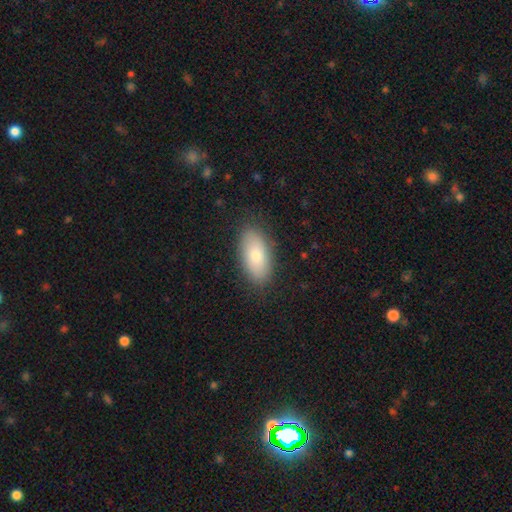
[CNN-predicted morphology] smooth_or_featured: smooth (p=0.73) [alt: featured or disk p=0.20]
how_rounded: in between (p=0.92) [alt: cigar-shaped p=0.05]
merging: none (p=0.86) [alt: minor disturbance p=0.10]